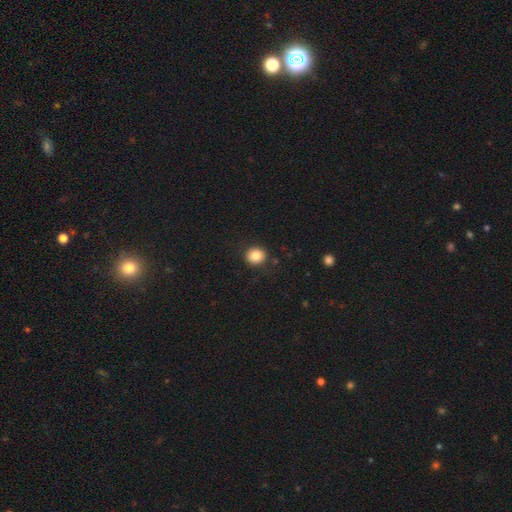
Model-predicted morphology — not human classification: type=smooth (83%); roundness=round (82%); merging=none (88%).